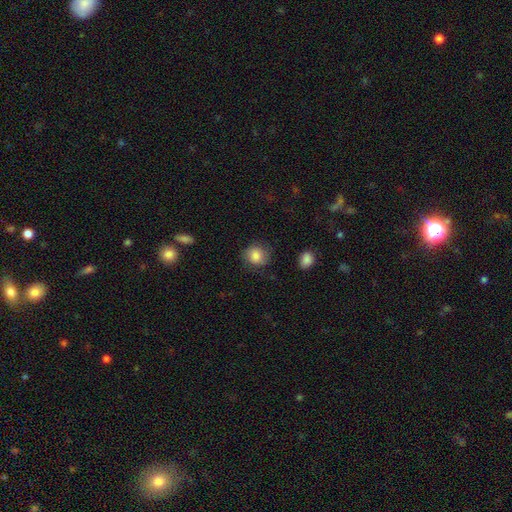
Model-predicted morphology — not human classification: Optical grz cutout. It shows a smooth galaxy with no disk features (84%) that is round (80%). Merging: none (79%).